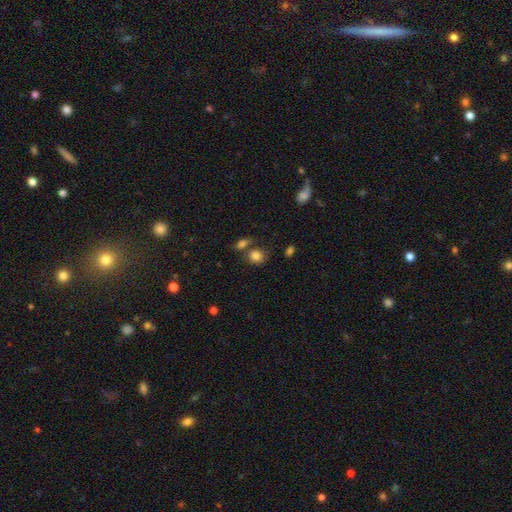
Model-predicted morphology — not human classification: smooth 83%, star or artifact 10%, featured or disk 7%. Down the decision tree: how rounded — round (74%); merging — none (60%).